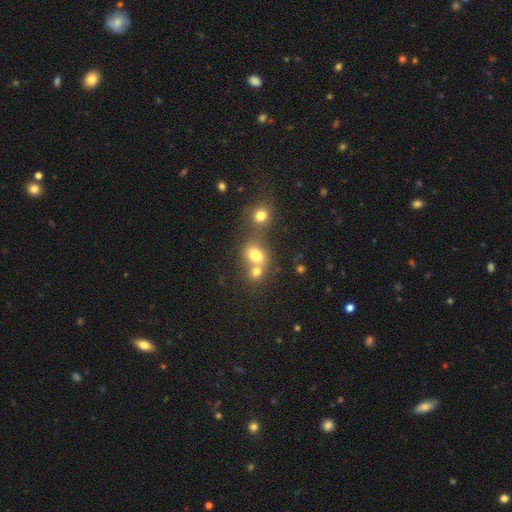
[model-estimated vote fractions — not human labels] Smooth or featured? Predicted: smooth (p=0.75). How rounded? Predicted: round (p=0.62). Merging? Predicted: merger (p=0.53).